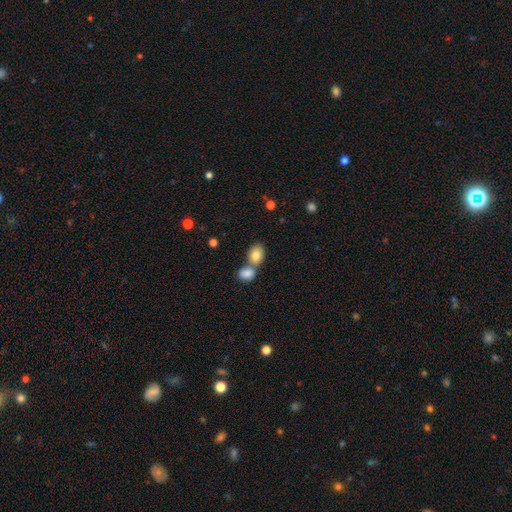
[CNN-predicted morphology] type=smooth (82%); roundness=in between (66%); merging=merger (51%).